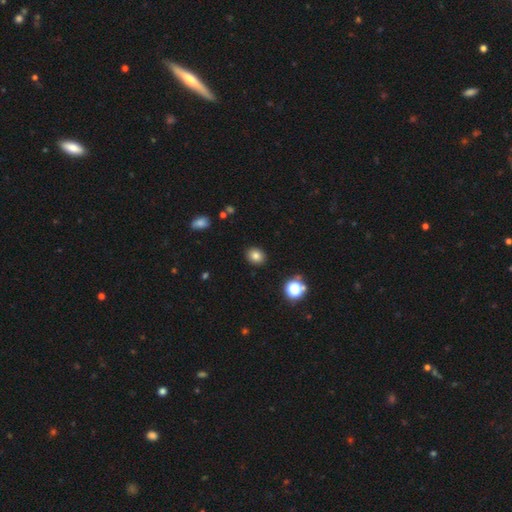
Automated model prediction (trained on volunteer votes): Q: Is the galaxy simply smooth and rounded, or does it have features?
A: smooth — 81%.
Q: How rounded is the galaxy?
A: round — 58%.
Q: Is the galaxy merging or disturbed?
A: none — 89%.